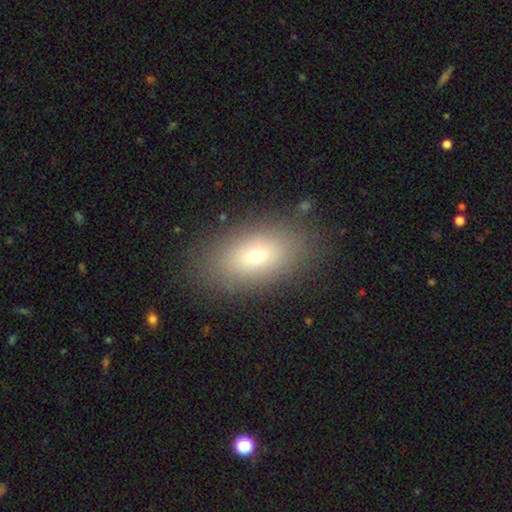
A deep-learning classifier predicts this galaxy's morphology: A smooth galaxy with no disk features (71%) that is in between round and cigar-shaped (88%).

Vote fractions:
- Smooth or featured? smooth: 71% / featured or disk: 18% / star or artifact: 11%
- How rounded? in between: 88% / round: 8% / cigar-shaped: 4%
- Merging? none: 85% / minor disturbance: 10% / major disturbance: 4% / merger: 1%